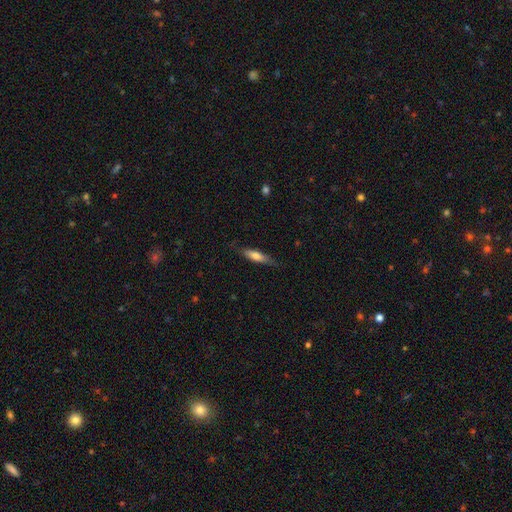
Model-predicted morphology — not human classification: Smooth or featured: smooth — 64% (featured or disk — 30%)
How rounded: cigar-shaped — 70% (in between — 28%)
Merging: none — 77% (minor disturbance — 18%)